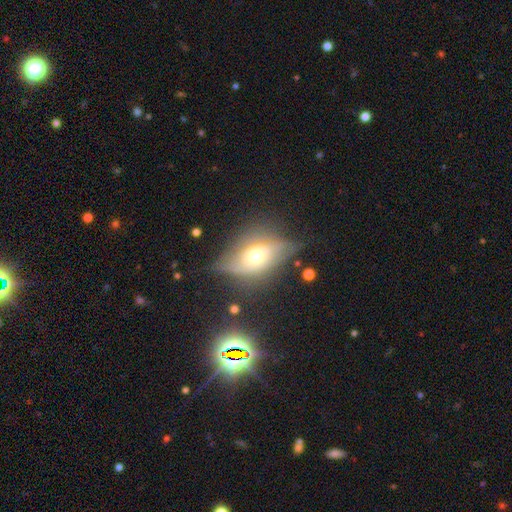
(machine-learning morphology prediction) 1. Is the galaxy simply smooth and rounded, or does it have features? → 55% featured or disk, 30% smooth, 15% star or artifact.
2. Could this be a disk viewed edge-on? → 58% no, 42% yes.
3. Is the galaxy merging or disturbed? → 50% none, 31% minor disturbance, 16% major disturbance, 3% merger.